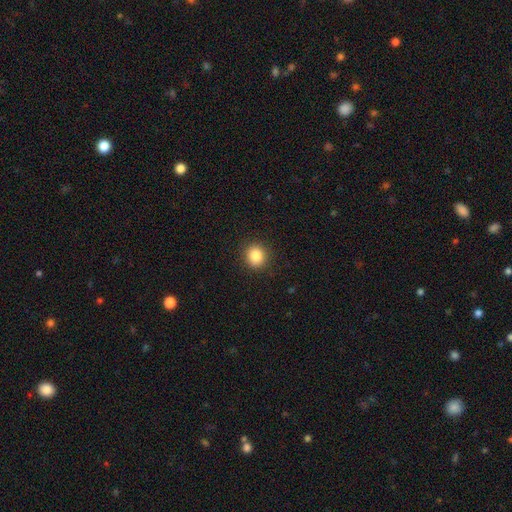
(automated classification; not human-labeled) Smooth or featured? smooth (86%)
How rounded? round (85%)
Merging? none (91%)